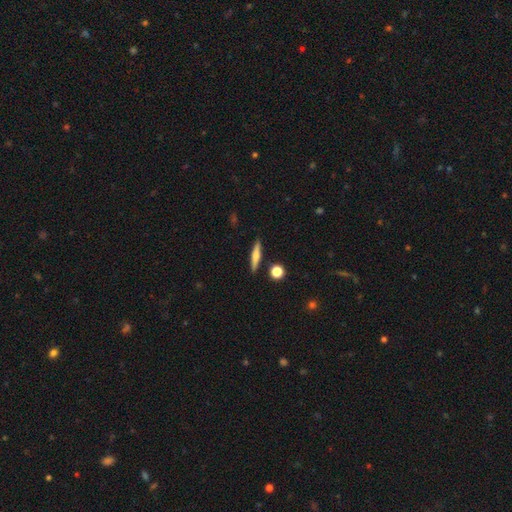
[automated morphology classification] Smooth or featured? Predicted: smooth (p=0.54). How rounded? Predicted: cigar-shaped (p=0.85). Merging? Predicted: none (p=0.89).